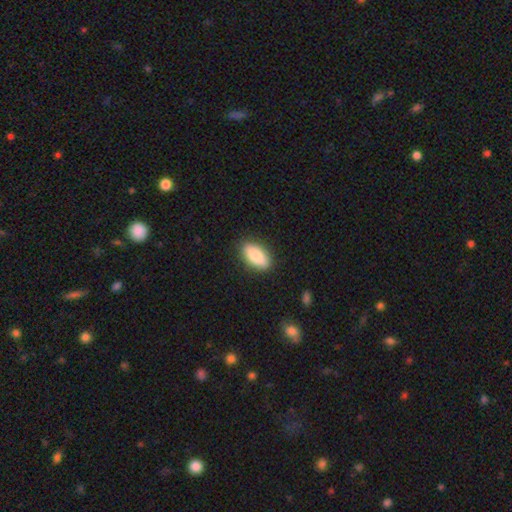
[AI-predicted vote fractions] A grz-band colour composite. It shows a smooth galaxy with no disk features (84%) that is in between round and cigar-shaped (88%). Merging: none (88%).